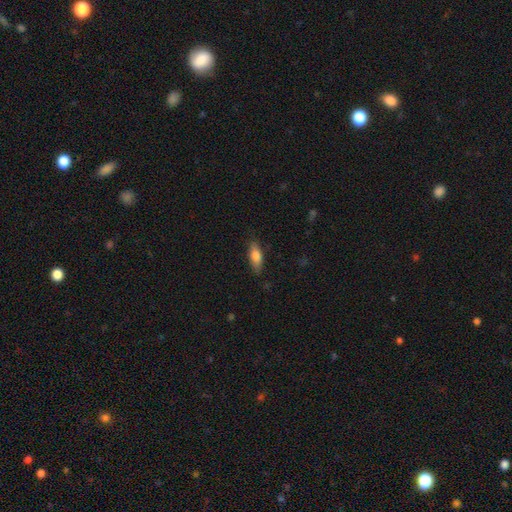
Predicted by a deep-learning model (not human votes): smooth_or_featured: smooth (p=0.76) [alt: featured or disk p=0.17]
how_rounded: in between (p=0.68) [alt: cigar-shaped p=0.30]
merging: none (p=0.82) [alt: minor disturbance p=0.14]